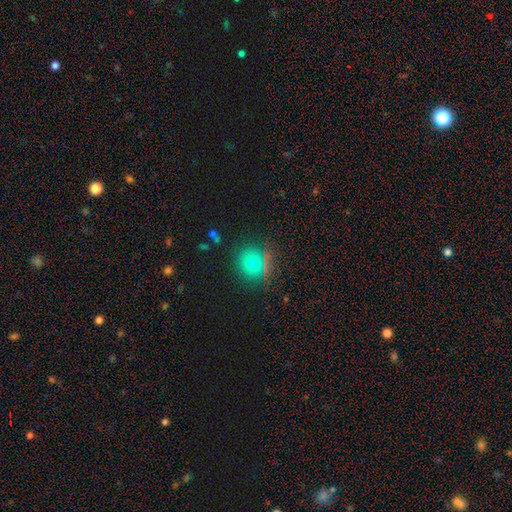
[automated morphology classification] smooth_or_featured: smooth (p=0.64) [alt: star or artifact p=0.24]
how_rounded: round (p=0.91) [alt: in between p=0.08]
merging: none (p=0.79) [alt: minor disturbance p=0.11]